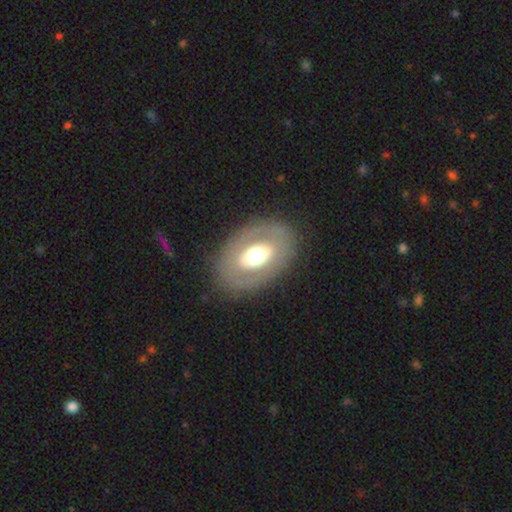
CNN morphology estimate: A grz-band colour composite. It shows a featured or disk galaxy (50%). Merging: none (82%).